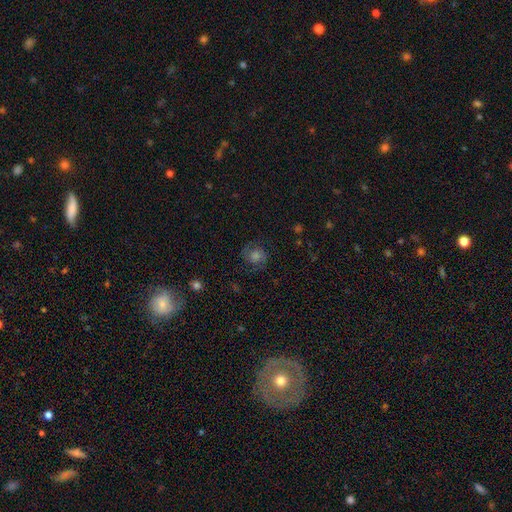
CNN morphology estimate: smooth_or_featured: featured or disk (p=0.55) [alt: smooth p=0.27]
disk_edge_on: no (p=0.97) [alt: yes p=0.03]
bar: no (p=0.66) [alt: weak p=0.29]
has_spiral_arms: yes (p=0.91) [alt: no p=0.09]
bulge_size: moderate (p=0.44) [alt: large p=0.24]
merging: none (p=0.80) [alt: minor disturbance p=0.12]